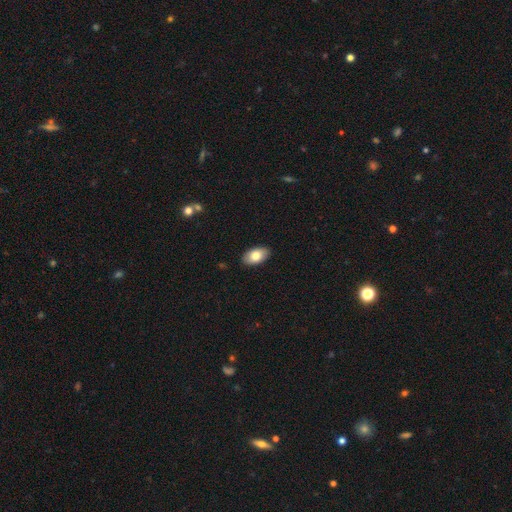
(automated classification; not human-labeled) Q: Smooth or featured?
A: smooth (81%); runner-up: featured or disk (13%)
Q: How rounded?
A: in between (94%); runner-up: round (4%)
Q: Merging?
A: none (89%); runner-up: minor disturbance (9%)